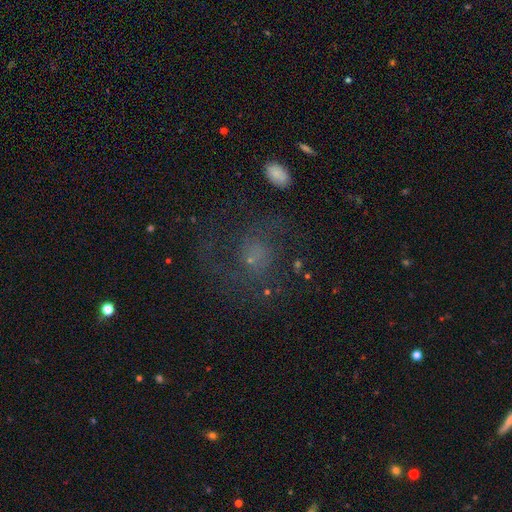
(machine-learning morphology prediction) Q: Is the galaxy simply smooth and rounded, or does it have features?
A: featured or disk — 52%.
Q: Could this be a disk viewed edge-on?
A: no — 97%.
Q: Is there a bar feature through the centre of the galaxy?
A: no — 79%.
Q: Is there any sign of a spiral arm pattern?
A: yes — 73%.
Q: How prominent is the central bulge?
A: small — 55%.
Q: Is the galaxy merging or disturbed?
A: none — 59%.